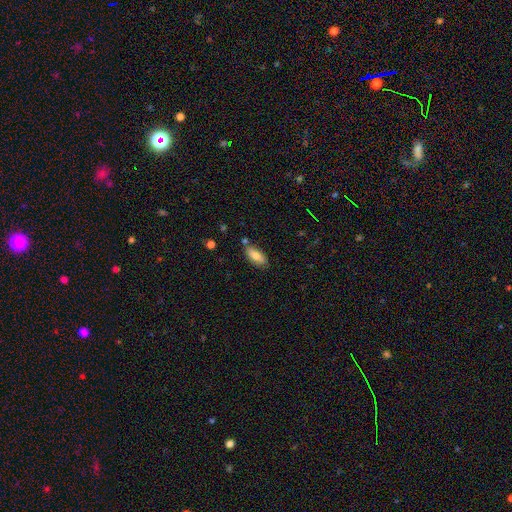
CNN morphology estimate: Overall: smooth (79%). How rounded: in between (81%). Merging: none (76%).